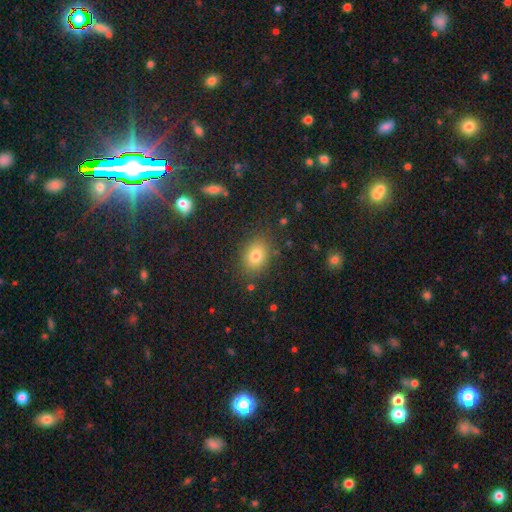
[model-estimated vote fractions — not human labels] This is likely a smooth galaxy (76%). How rounded: likely in between (62%). Merging: clearly none (84%).